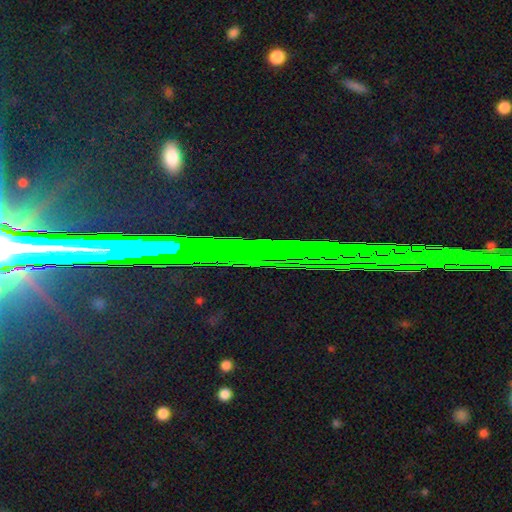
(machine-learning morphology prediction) A star or artifact, not a galaxy (79%).

Vote fractions:
- Smooth or featured? star or artifact: 79% / featured or disk: 13% / smooth: 8%